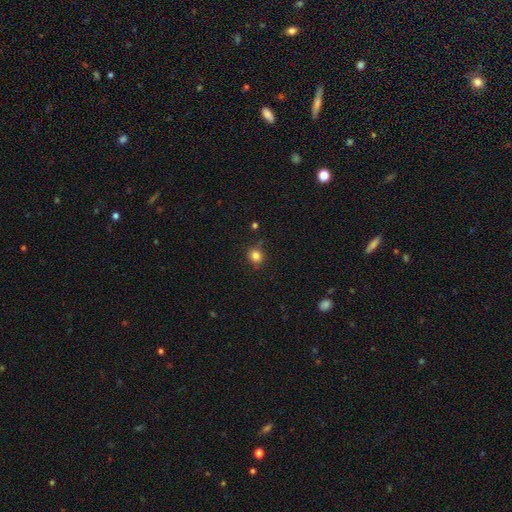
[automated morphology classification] A smooth galaxy with no disk features (82%) that is round (82%).

Vote fractions:
- Smooth or featured? smooth: 82% / star or artifact: 12% / featured or disk: 5%
- How rounded? round: 82% / in between: 17% / cigar-shaped: 1%
- Merging? none: 82% / minor disturbance: 12% / merger: 3% / major disturbance: 3%